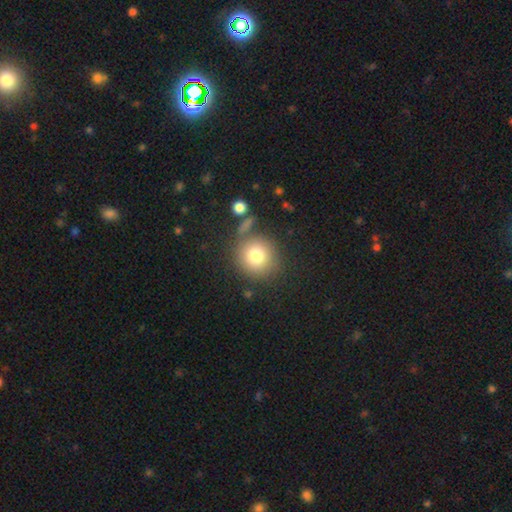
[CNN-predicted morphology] smooth 77%, star or artifact 11%, featured or disk 11%. Down the decision tree: how rounded — round (91%); merging — none (75%).